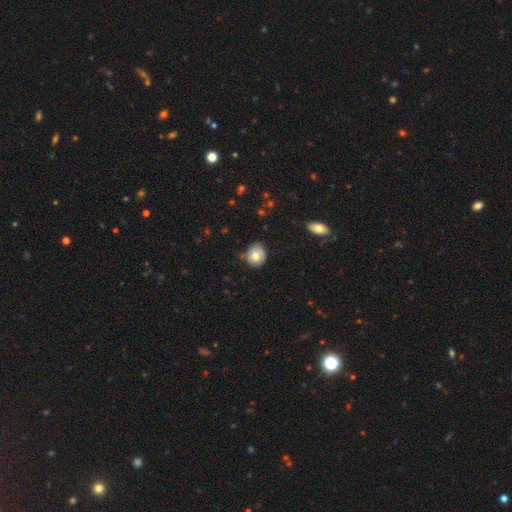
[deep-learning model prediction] Smooth or featured? Predicted: smooth (p=0.63). How rounded? Predicted: round (p=0.73). Merging? Predicted: none (p=0.67).